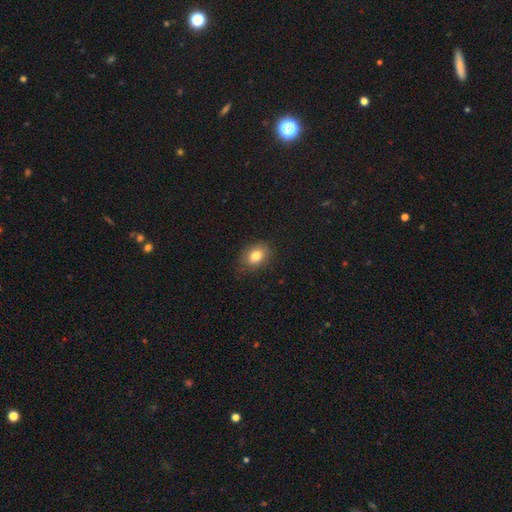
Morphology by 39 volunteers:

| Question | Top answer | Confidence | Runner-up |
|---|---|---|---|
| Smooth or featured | smooth | 82% | star or artifact (13%) |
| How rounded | in between | 84% | round (12%) |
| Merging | none | 76% | minor disturbance (21%) |